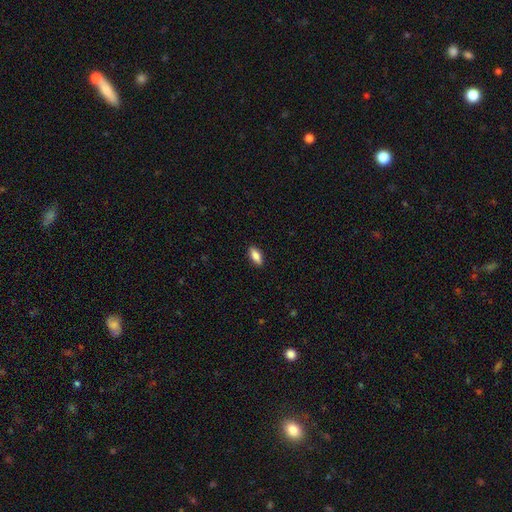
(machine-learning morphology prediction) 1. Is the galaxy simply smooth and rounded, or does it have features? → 82% smooth, 11% featured or disk, 7% star or artifact.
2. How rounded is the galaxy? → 81% in between, 16% cigar-shaped, 3% round.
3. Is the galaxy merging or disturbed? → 89% none, 8% minor disturbance, 2% major disturbance, 1% merger.